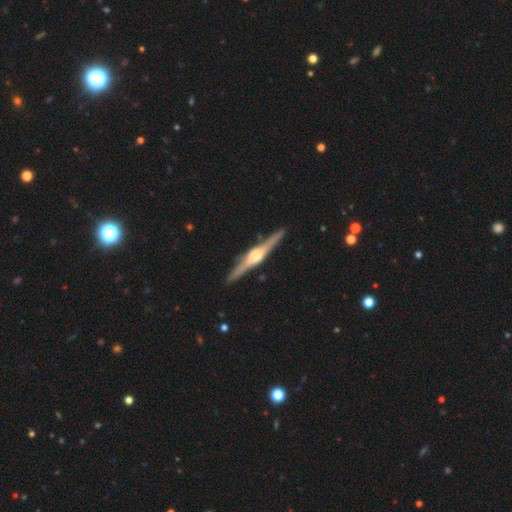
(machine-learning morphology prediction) Smooth or featured?
  - featured or disk: 85% *
  - smooth: 10%
  - star or artifact: 5%
Edge-on disk?
  - yes: 98% *
  - no: 2%
Edge-on bulge?
  - rounded: 88% *
  - boxy: 9%
  - none: 2%
Merging?
  - none: 91% *
  - minor disturbance: 7%
  - major disturbance: 1%
  - merger: 1%